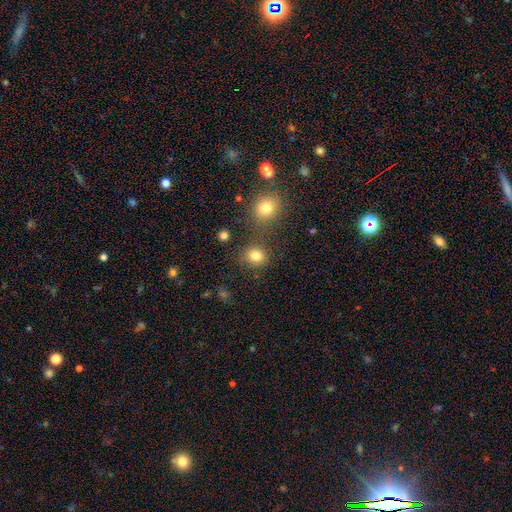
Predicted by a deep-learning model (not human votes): smooth-or-featured: smooth: 81% | star or artifact: 13% | featured or disk: 6%
  how-rounded: round: 74% | in between: 25% | cigar-shaped: 1%
  merging: none: 75% | merger: 11% | minor disturbance: 10% | major disturbance: 4%